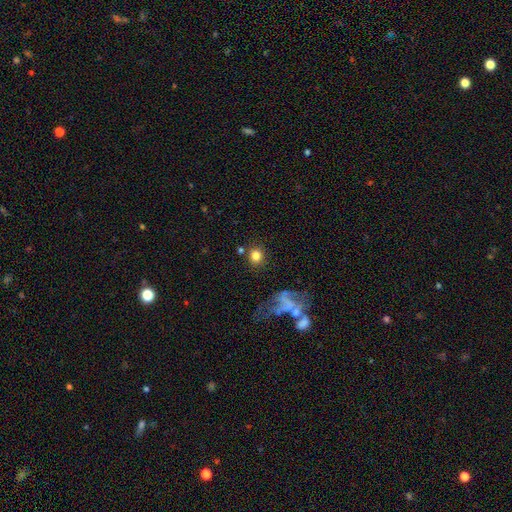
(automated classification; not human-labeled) smooth 78%, star or artifact 12%, featured or disk 10%. Down the decision tree: how rounded — round (86%); merging — none (77%).